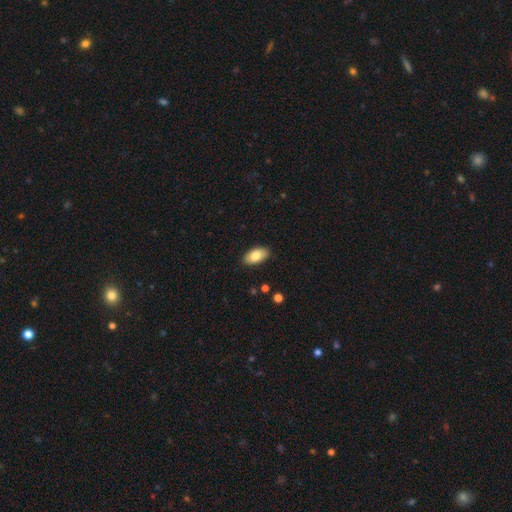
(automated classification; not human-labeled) Smooth or featured? smooth (84%)
How rounded? in between (94%)
Merging? none (88%)